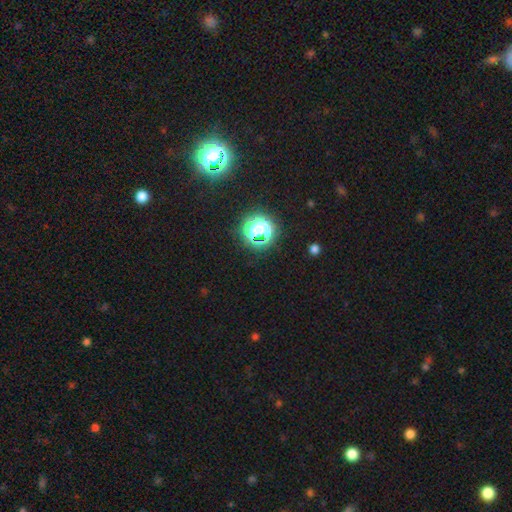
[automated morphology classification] type=star or artifact (75%).